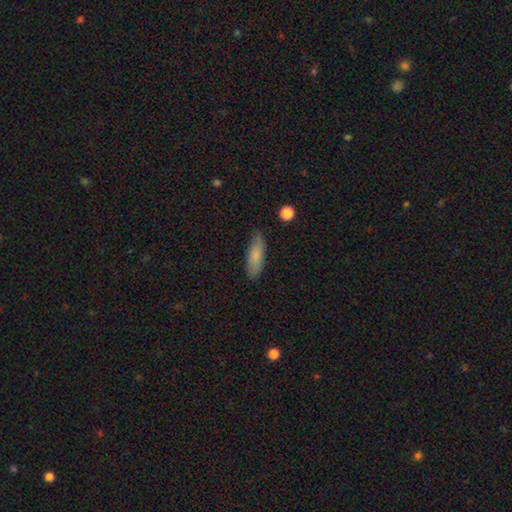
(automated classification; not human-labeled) A smooth galaxy with no disk features (79%) that is in between round and cigar-shaped (53%). Merging: none (82%).